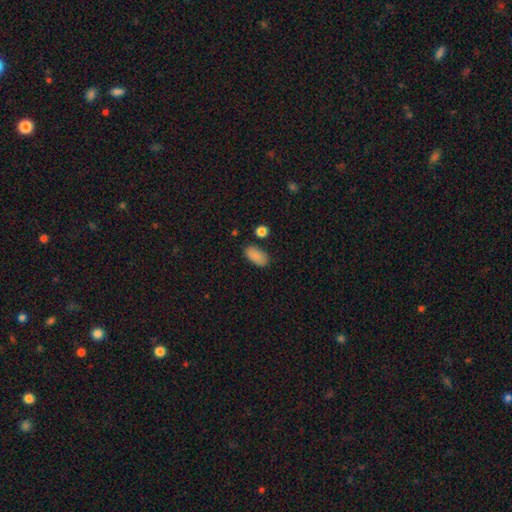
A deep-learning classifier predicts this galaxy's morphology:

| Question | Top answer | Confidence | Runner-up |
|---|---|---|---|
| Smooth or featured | smooth | 88% | star or artifact (8%) |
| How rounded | in between | 93% | round (4%) |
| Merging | none | 79% | minor disturbance (13%) |